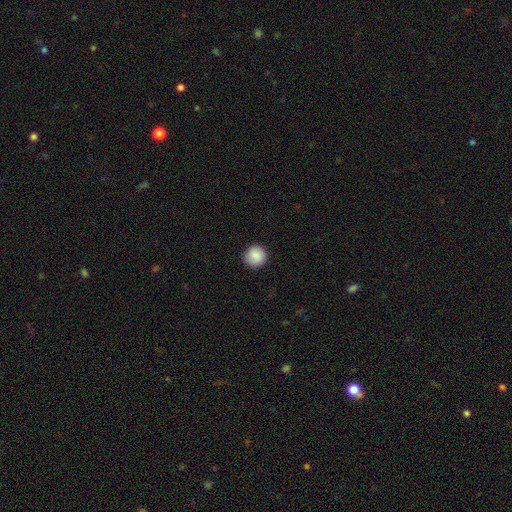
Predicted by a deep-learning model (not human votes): Smooth or featured? smooth (88%)
How rounded? round (95%)
Merging? none (90%)